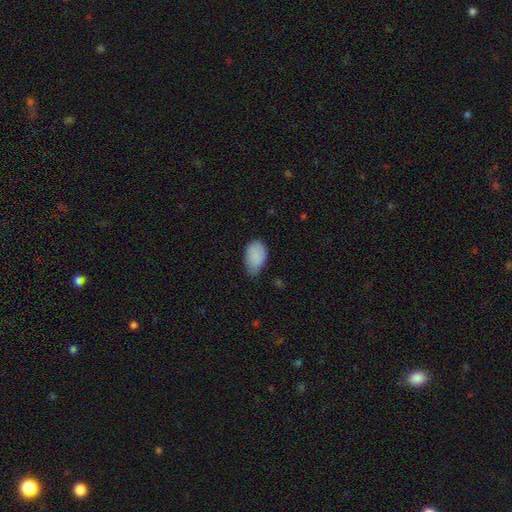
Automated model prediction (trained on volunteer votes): Smooth or featured: smooth — 88% (star or artifact — 6%)
How rounded: in between — 92% (round — 7%)
Merging: none — 54% (minor disturbance — 38%)